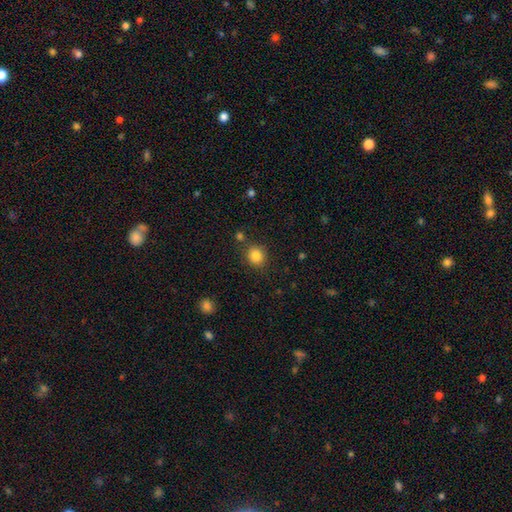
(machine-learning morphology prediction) Smooth or featured: smooth — 85% (star or artifact — 11%)
How rounded: round — 84% (in between — 15%)
Merging: none — 83% (minor disturbance — 9%)